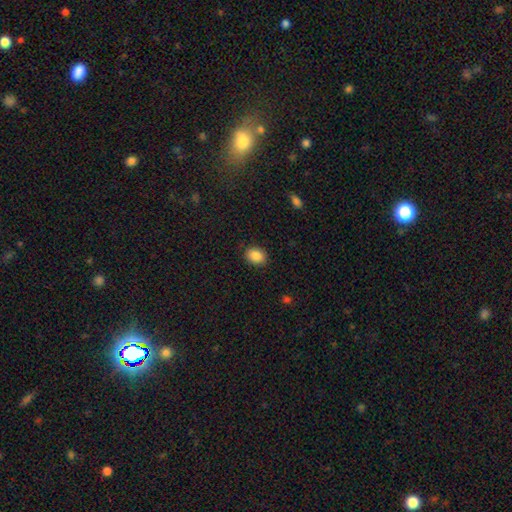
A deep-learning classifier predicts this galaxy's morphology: The model was most divided on "how rounded": in between: 53%, round: 46%, cigar-shaped: 1%. More confident: merging — none (88%); smooth or featured — smooth (87%).